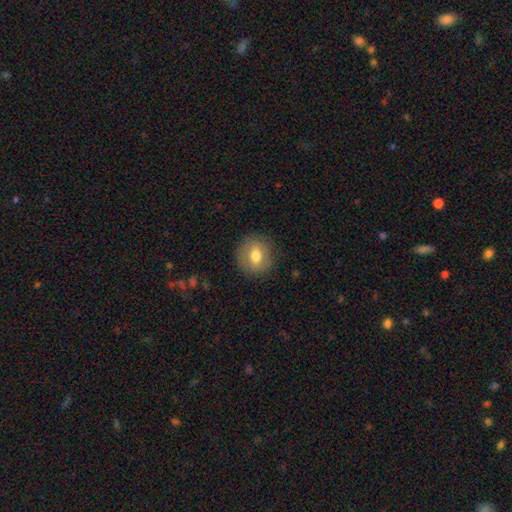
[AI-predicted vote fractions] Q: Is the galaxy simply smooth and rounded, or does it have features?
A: smooth — 69%.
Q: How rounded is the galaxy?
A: round — 75%.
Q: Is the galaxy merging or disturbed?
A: none — 85%.